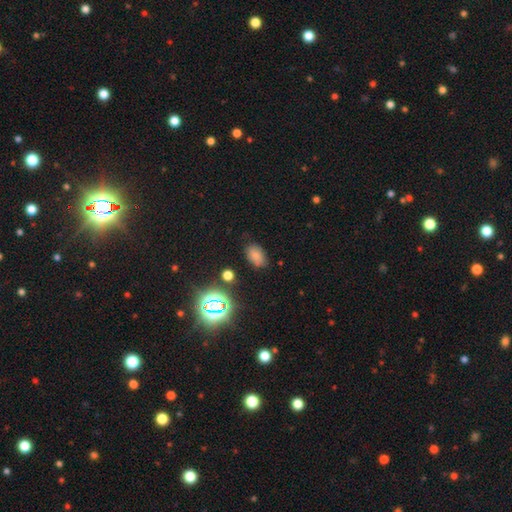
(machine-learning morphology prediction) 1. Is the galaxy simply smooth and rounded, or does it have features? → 69% smooth, 21% star or artifact, 10% featured or disk.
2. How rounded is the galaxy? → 87% in between, 11% round, 1% cigar-shaped.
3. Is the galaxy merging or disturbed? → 77% none, 16% minor disturbance, 4% major disturbance, 3% merger.